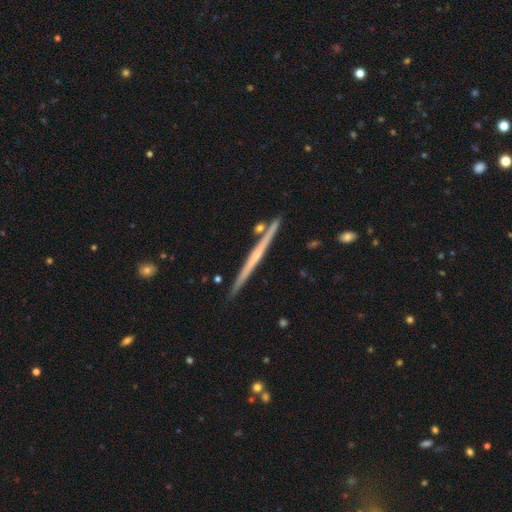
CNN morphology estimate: Smooth or featured?
  - featured or disk: 68% *
  - smooth: 26%
  - star or artifact: 6%
Edge-on disk?
  - yes: 98% *
  - no: 2%
Edge-on bulge?
  - none: 70% *
  - rounded: 24%
  - boxy: 5%
Merging?
  - none: 87% *
  - minor disturbance: 8%
  - merger: 4%
  - major disturbance: 2%